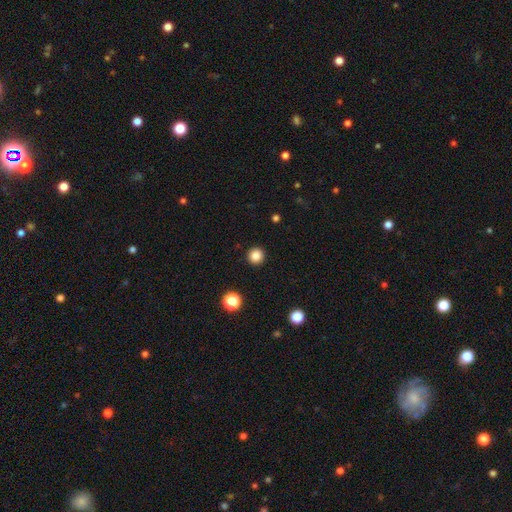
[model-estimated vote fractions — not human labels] A smooth galaxy with no disk features (84%) that is round (95%).

Vote fractions:
- Smooth or featured? smooth: 84% / star or artifact: 12% / featured or disk: 4%
- How rounded? round: 95% / in between: 4% / cigar-shaped: 1%
- Merging? none: 93% / minor disturbance: 4% / major disturbance: 2% / merger: 1%